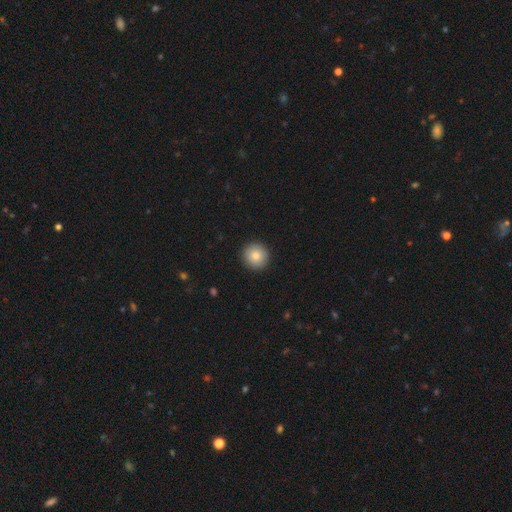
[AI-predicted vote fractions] smooth-or-featured: smooth: 83% | star or artifact: 9% | featured or disk: 9%
  how-rounded: round: 95% | in between: 4% | cigar-shaped: 1%
  merging: none: 93% | minor disturbance: 4% | major disturbance: 2% | merger: 1%